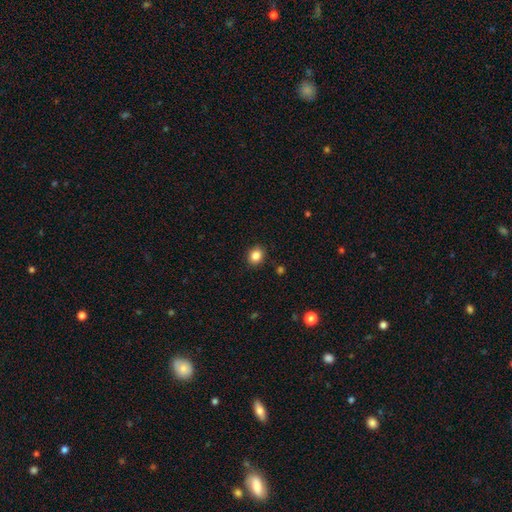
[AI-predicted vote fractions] Smooth or featured?
  - smooth: 85% *
  - star or artifact: 10%
  - featured or disk: 4%
How rounded?
  - round: 66% *
  - in between: 33%
  - cigar-shaped: 1%
Merging?
  - none: 89% *
  - minor disturbance: 7%
  - major disturbance: 2%
  - merger: 1%